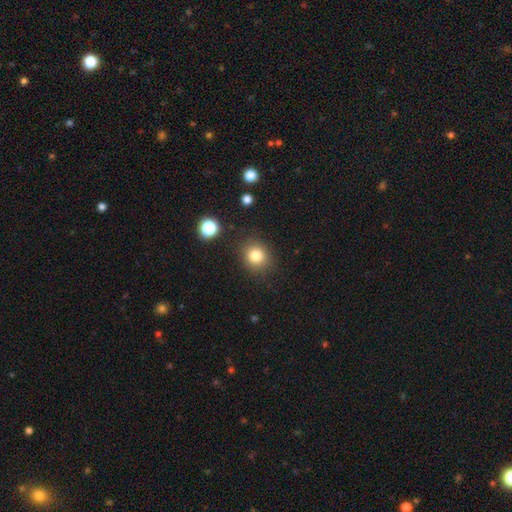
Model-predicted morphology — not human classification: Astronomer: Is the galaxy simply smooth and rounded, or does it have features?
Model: smooth — 81%.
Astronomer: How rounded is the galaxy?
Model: round — 79%.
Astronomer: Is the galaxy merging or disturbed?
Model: none — 86%.